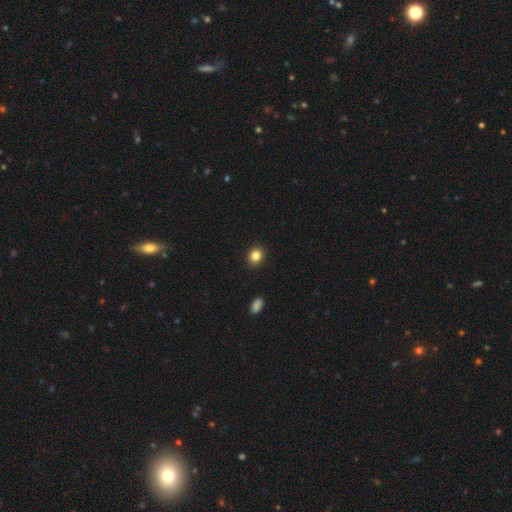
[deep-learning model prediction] Q: Smooth or featured?
A: smooth (84%); runner-up: star or artifact (11%)
Q: How rounded?
A: round (78%); runner-up: in between (21%)
Q: Merging?
A: none (92%); runner-up: minor disturbance (6%)